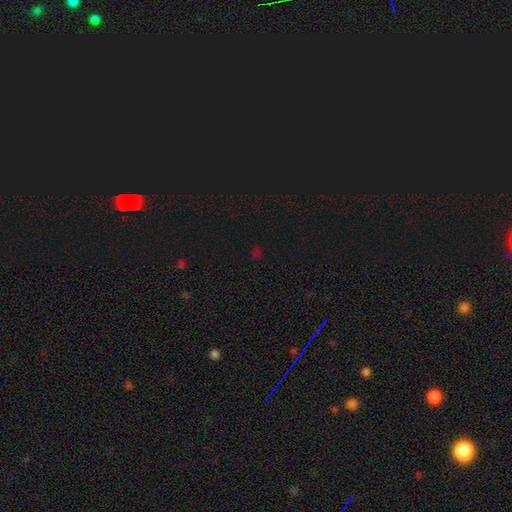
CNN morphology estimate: A star or artifact, not a galaxy (55%).

Vote fractions:
- Smooth or featured? star or artifact: 55% / smooth: 38% / featured or disk: 7%